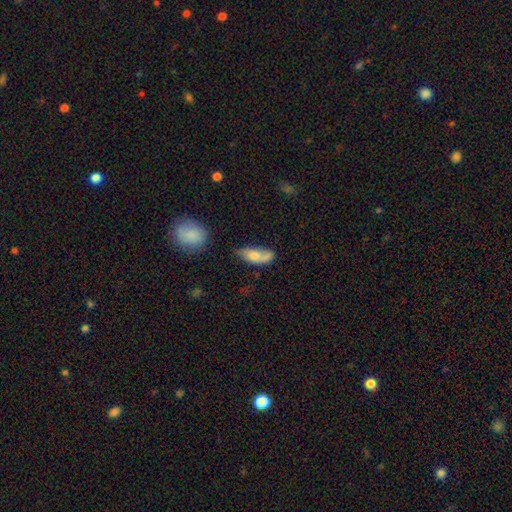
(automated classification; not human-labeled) Smooth or featured: smooth — 68% (featured or disk — 25%)
How rounded: in between — 82% (cigar-shaped — 15%)
Merging: none — 46% (minor disturbance — 32%)